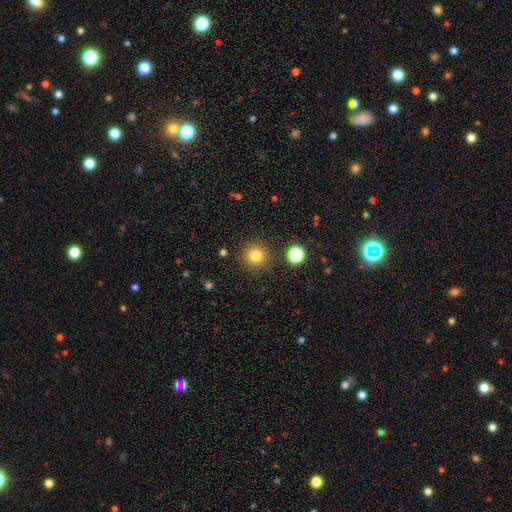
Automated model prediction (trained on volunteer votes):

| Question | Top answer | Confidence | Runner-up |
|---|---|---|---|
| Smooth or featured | smooth | 79% | star or artifact (14%) |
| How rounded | round | 94% | in between (5%) |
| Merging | none | 89% | minor disturbance (6%) |